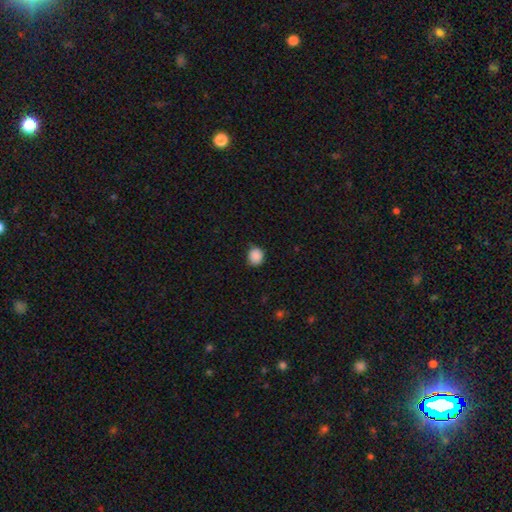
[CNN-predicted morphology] A smooth galaxy with no disk features (88%) that is round (82%). Merging: none (80%).